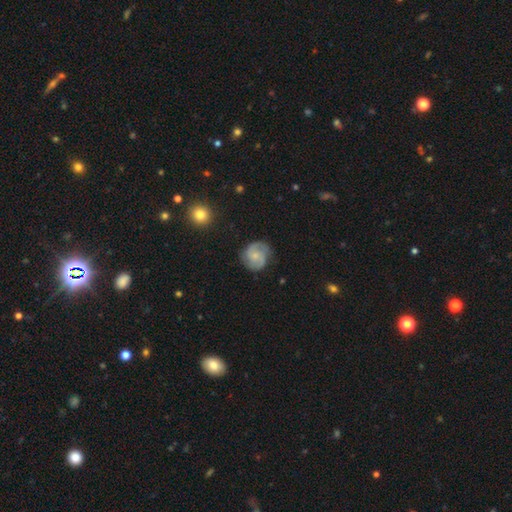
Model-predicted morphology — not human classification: This is likely a featured or disk galaxy (65%). It is clearly not viewed edge-on (98%). Bar: likely no (64%). Spiral arm pattern: clearly yes (93%). Spiral arm count: likely 2 (74%). Spiral winding: possibly medium (47%). Central bulge: likely small (61%). Merging: likely none (75%).